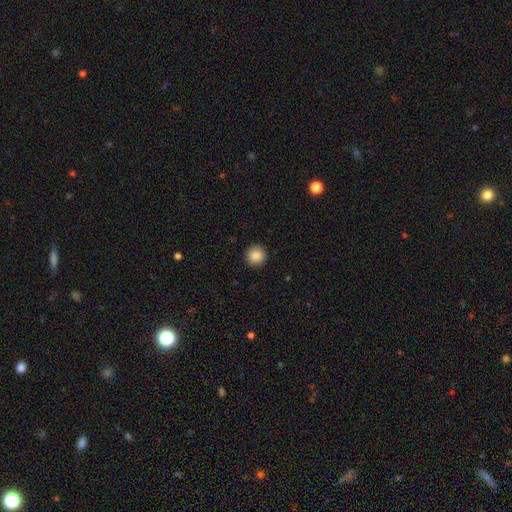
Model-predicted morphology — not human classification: Smooth or featured: smooth — 88% (star or artifact — 9%)
How rounded: round — 95% (in between — 4%)
Merging: none — 92% (minor disturbance — 6%)